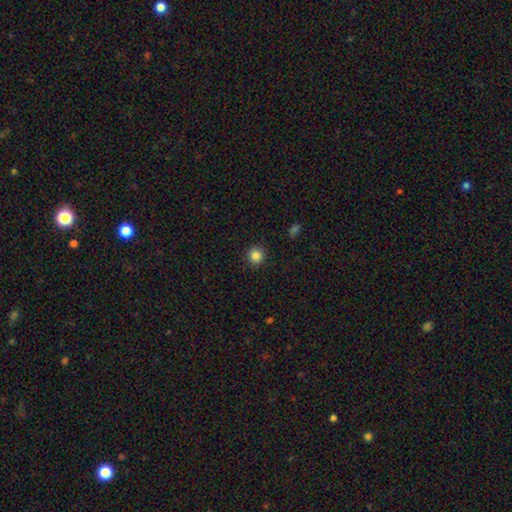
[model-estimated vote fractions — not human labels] Smooth or featured? smooth (84%)
How rounded? round (94%)
Merging? none (91%)